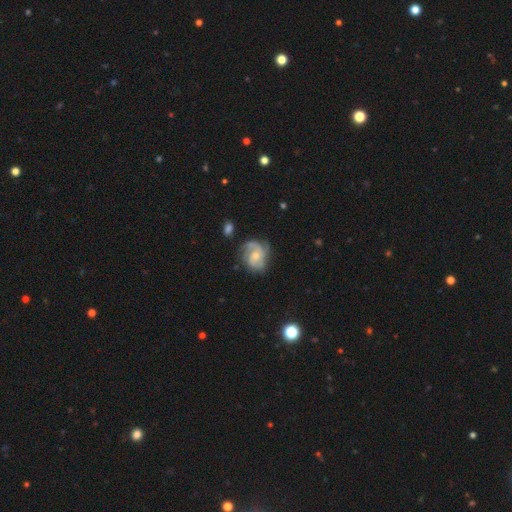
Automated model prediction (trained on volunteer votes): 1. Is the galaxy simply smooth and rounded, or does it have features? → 82% featured or disk, 12% smooth, 6% star or artifact.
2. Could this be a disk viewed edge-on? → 98% no, 2% yes.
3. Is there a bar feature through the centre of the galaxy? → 69% no, 27% weak, 4% strong.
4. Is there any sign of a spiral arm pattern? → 96% yes, 4% no.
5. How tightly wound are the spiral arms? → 44% medium, 42% tight, 13% loose.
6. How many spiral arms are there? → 41% 3, 30% 2, 15% can't tell, 6% 4, 5% 1, 4% more than 4.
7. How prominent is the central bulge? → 49% small, 45% moderate, 3% none, 2% large, 1% dominant.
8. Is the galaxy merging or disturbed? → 66% none, 23% minor disturbance, 10% major disturbance, 2% merger.